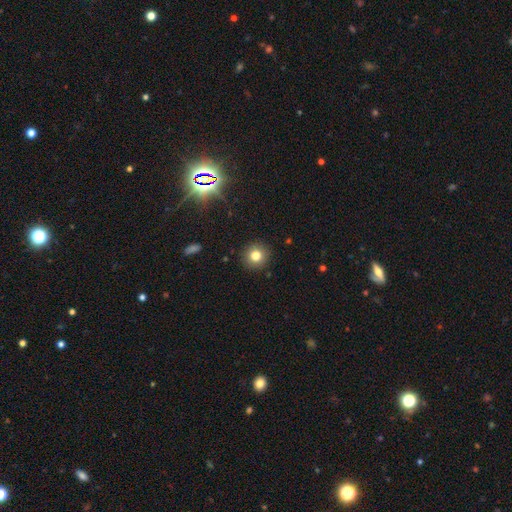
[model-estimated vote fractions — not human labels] Smooth or featured: smooth — 79% (star or artifact — 14%)
How rounded: round — 93% (in between — 6%)
Merging: none — 92% (minor disturbance — 5%)